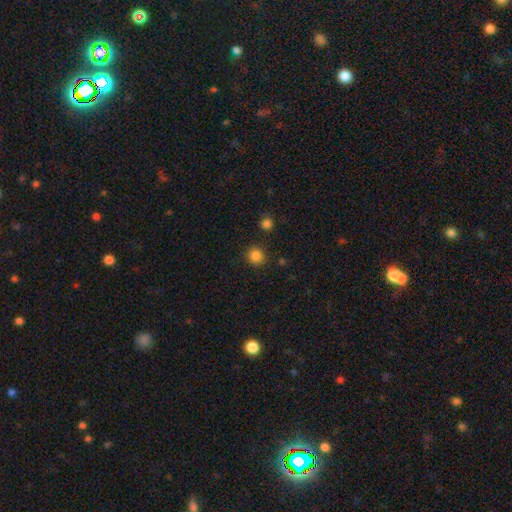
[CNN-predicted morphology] A smooth galaxy with no disk features (84%) that is round (91%). Merging: none (89%).